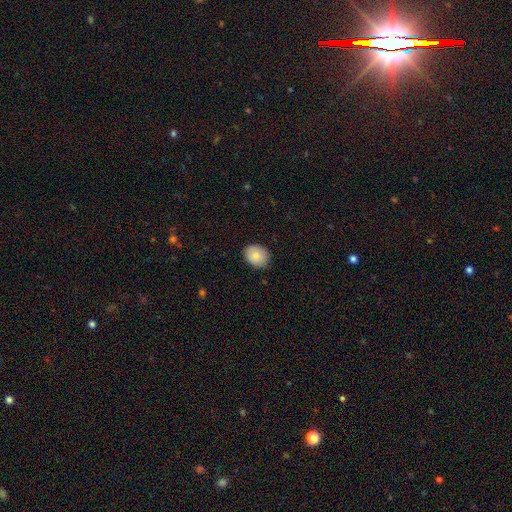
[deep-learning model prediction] smooth-or-featured: smooth: 82% | featured or disk: 11% | star or artifact: 7%
  how-rounded: in between: 55% | round: 45% | cigar-shaped: 1%
  merging: none: 86% | minor disturbance: 11% | major disturbance: 2% | merger: 1%